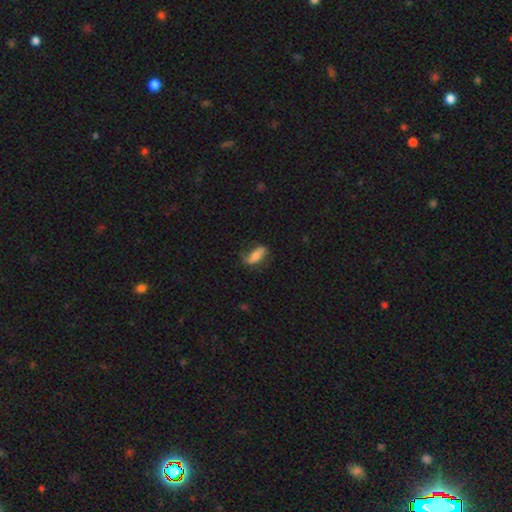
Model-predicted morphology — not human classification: This is likely a smooth galaxy (63%). How rounded: likely in between (71%). Merging: possibly none (58%).